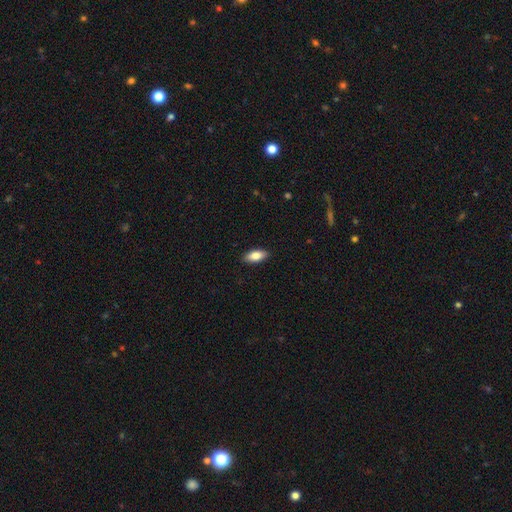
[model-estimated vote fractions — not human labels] This appears to be a smooth galaxy with no disk features (83%) that is in between round and cigar-shaped (84%). Merging: none (89%).